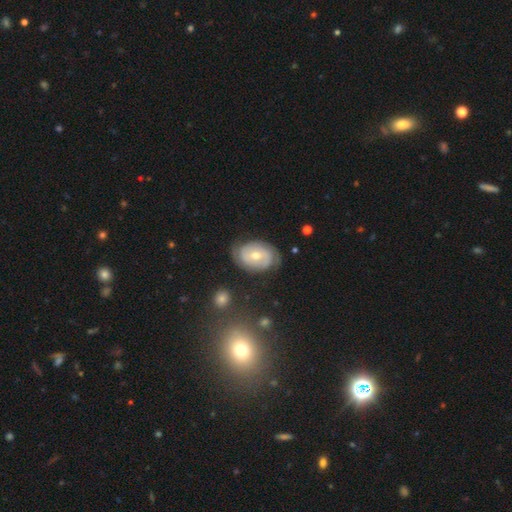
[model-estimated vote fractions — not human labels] Smooth or featured? featured or disk (65%)
Edge-on disk? no (96%)
Bar? no (44%, tied with weak)
Spiral arms? yes (80%)
Bulge size? moderate (63%)
Merging? none (72%)